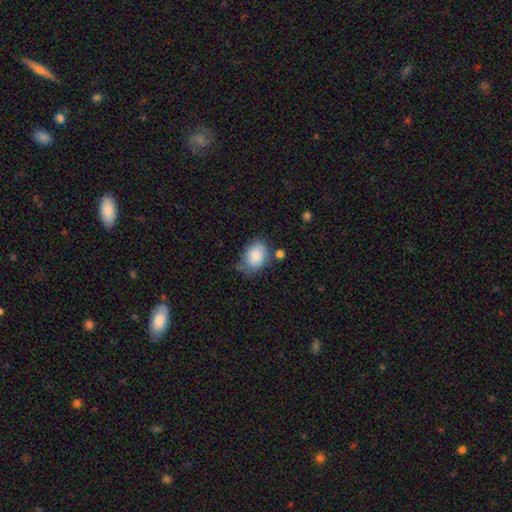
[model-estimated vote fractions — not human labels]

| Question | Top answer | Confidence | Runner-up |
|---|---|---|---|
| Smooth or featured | smooth | 83% | featured or disk (10%) |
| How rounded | in between | 68% | round (31%) |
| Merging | none | 49% | minor disturbance (32%) |